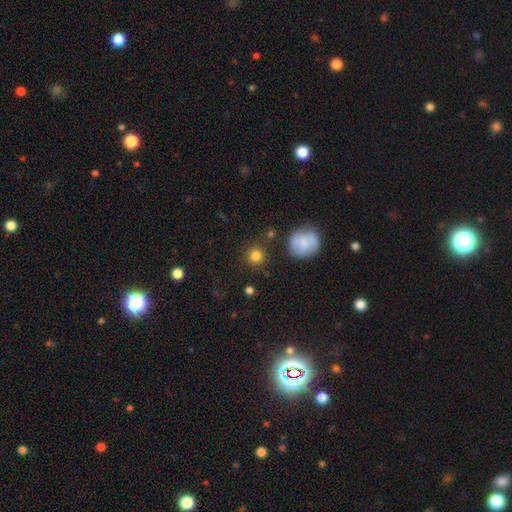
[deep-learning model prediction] Morphology: type=smooth (83%); roundness=round (93%); merging=none (85%).